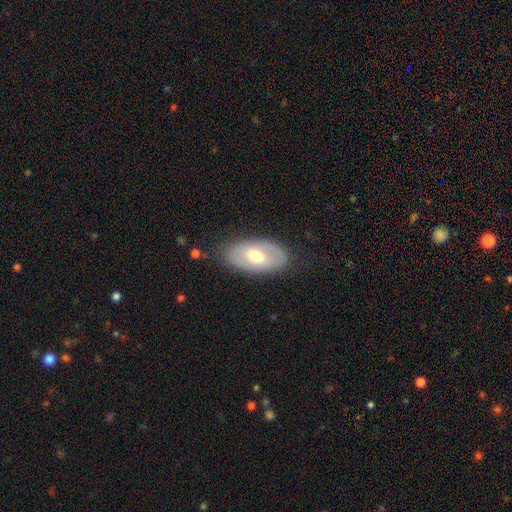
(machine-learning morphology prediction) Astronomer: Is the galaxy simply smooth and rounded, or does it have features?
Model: smooth — 49% (runner-up: featured or disk, 45%).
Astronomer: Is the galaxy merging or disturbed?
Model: none — 79%.